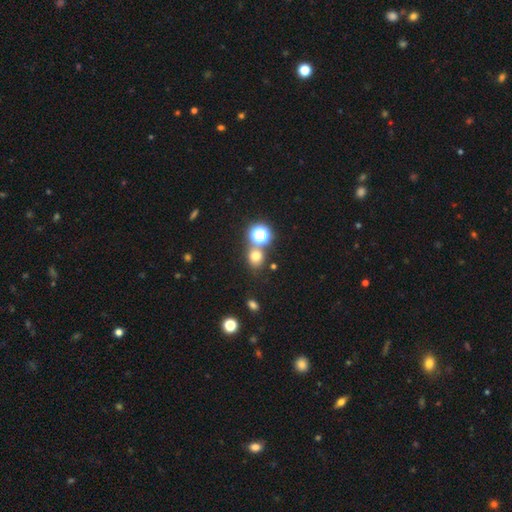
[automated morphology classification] Smooth or featured: smooth — 68% (star or artifact — 24%)
How rounded: round — 72% (in between — 27%)
Merging: none — 68% (merger — 18%)